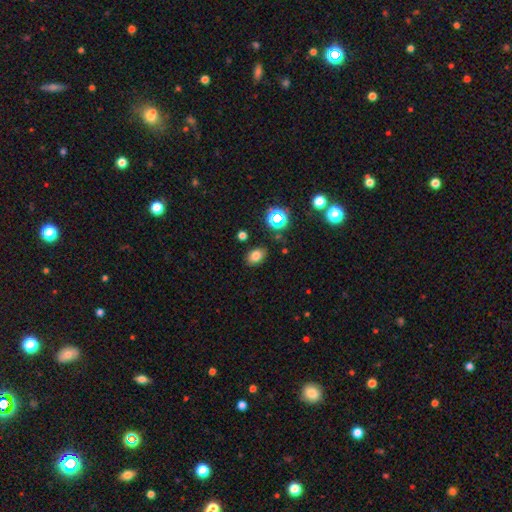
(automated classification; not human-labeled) Smooth or featured: smooth — 75% (star or artifact — 16%)
How rounded: in between — 78% (round — 20%)
Merging: none — 85% (minor disturbance — 10%)